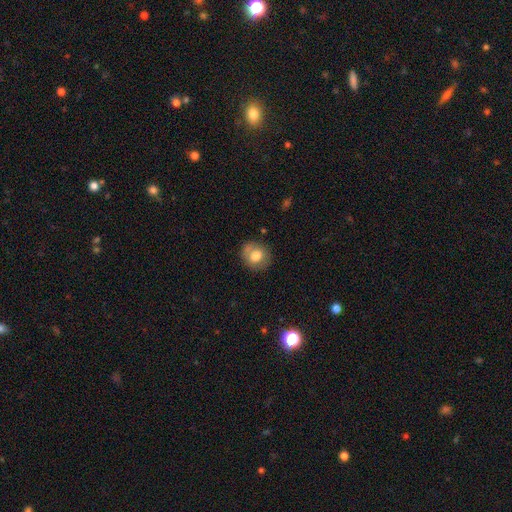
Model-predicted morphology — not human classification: Smooth or featured? smooth (73%)
How rounded? round (77%)
Merging? none (77%)